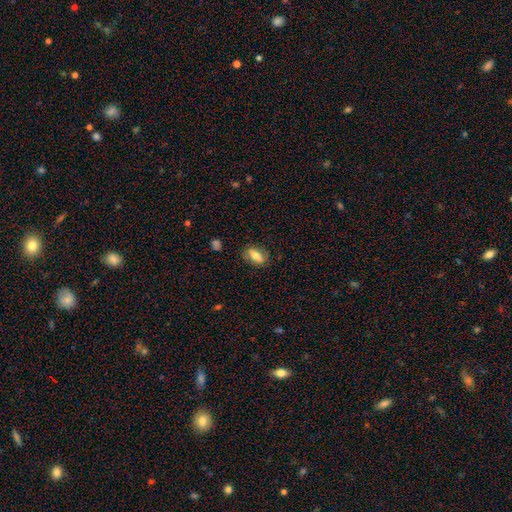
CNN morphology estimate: Smooth or featured?
  - smooth: 70% *
  - featured or disk: 22%
  - star or artifact: 8%
How rounded?
  - in between: 83% *
  - cigar-shaped: 10%
  - round: 7%
Merging?
  - none: 78% *
  - minor disturbance: 16%
  - major disturbance: 5%
  - merger: 1%